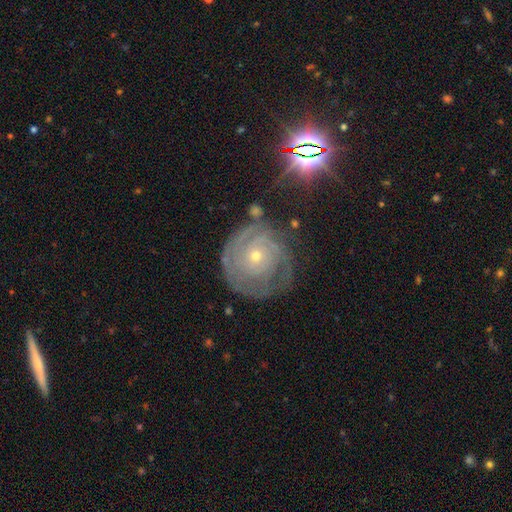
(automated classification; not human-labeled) Morphology: type=featured or disk (79%); edge-on=no (97%); bar=no (82%); spiral arms=yes (91%); winding=tight (78%); arm count=can't tell (40%); bulge=small (71%); merging=none (65%).